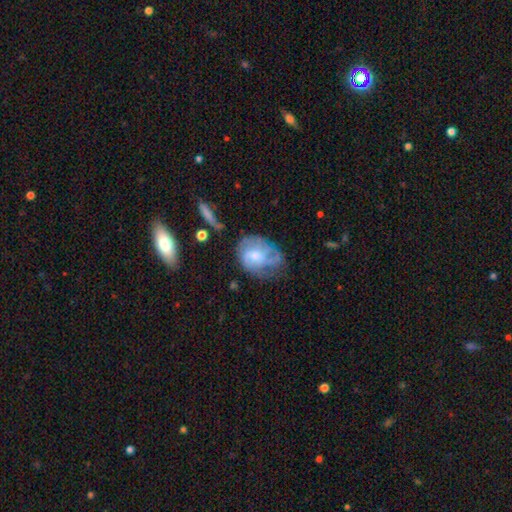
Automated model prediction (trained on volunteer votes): Morphology: type=featured or disk (61%); edge-on=no (97%); bar=no (62%); spiral arms=yes (72%); bulge=moderate (43%); merging=none (42%).